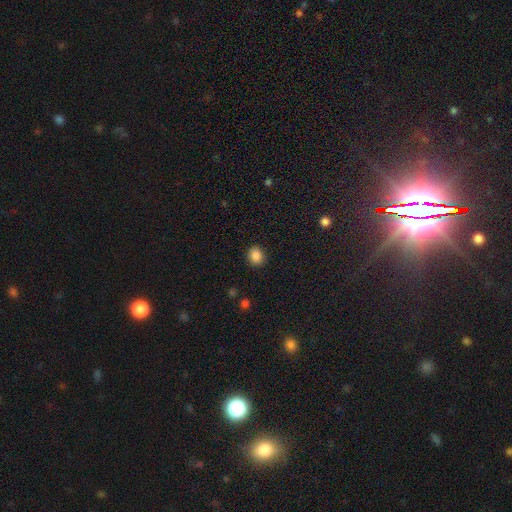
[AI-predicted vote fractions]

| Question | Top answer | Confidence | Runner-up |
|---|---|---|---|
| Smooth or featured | smooth | 86% | star or artifact (10%) |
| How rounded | round | 67% | in between (32%) |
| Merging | none | 90% | minor disturbance (7%) |